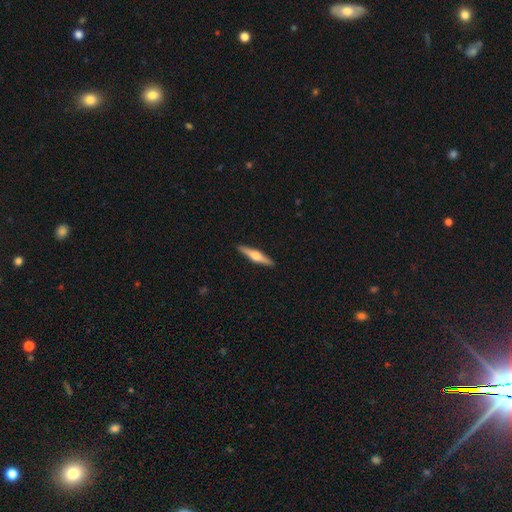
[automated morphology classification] Smooth or featured? Predicted: featured or disk (p=0.68). Edge-on disk? Predicted: yes (p=0.98). Edge-on bulge? Predicted: rounded (p=0.94). Merging? Predicted: none (p=0.92).